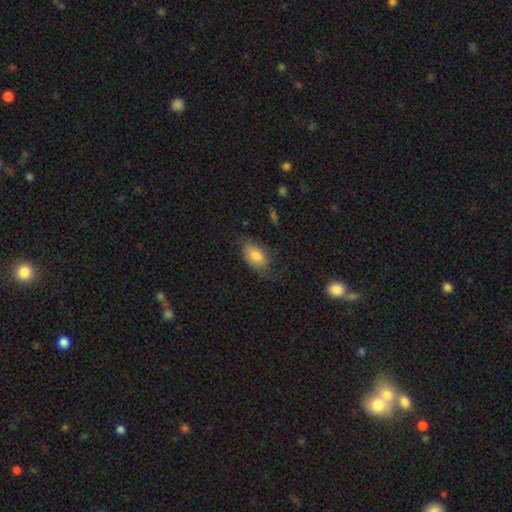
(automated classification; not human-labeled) smooth 69%, featured or disk 23%, star or artifact 8%. Down the decision tree: how rounded — in between (90%); merging — none (57%).